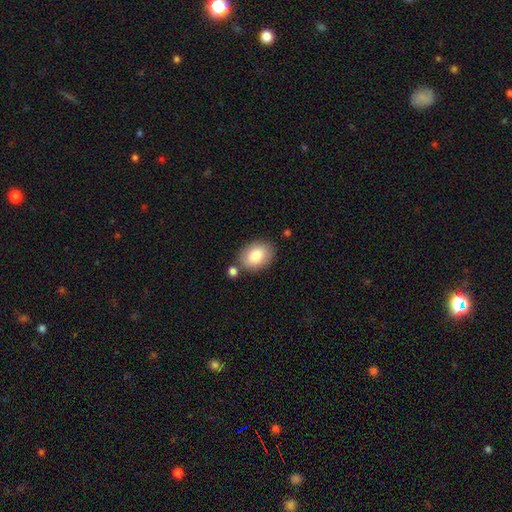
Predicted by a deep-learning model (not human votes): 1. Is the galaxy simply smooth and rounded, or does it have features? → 84% smooth, 9% featured or disk, 6% star or artifact.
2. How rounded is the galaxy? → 80% in between, 19% round, 1% cigar-shaped.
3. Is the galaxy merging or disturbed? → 74% none, 14% minor disturbance, 9% merger, 4% major disturbance.